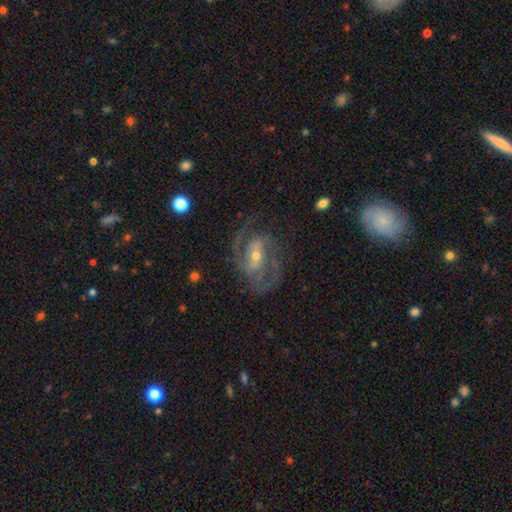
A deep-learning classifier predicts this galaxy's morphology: smooth-or-featured: featured or disk: 89% | star or artifact: 6% | smooth: 6%
  disk-edge-on: no: 97% | yes: 3%
    bar: weak: 41% | strong: 35% | no: 24%
    has-spiral-arms: yes: 96% | no: 4%
      spiral-winding: medium: 56% | tight: 30% | loose: 14%
      spiral-arm-count: 2: 74% | 3: 10% | can't tell: 7% | 1: 3% | 4: 3% | more than 4: 2%
    bulge-size: small: 62% | moderate: 34% | large: 2% | none: 2% | dominant: 1%
  merging: none: 71% | minor disturbance: 15% | major disturbance: 12% | merger: 2%